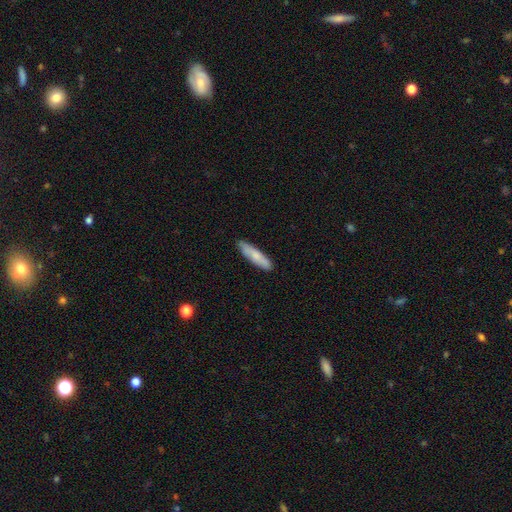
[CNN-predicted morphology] Overall: smooth (73%). How rounded: cigar-shaped (76%). Merging: none (87%).